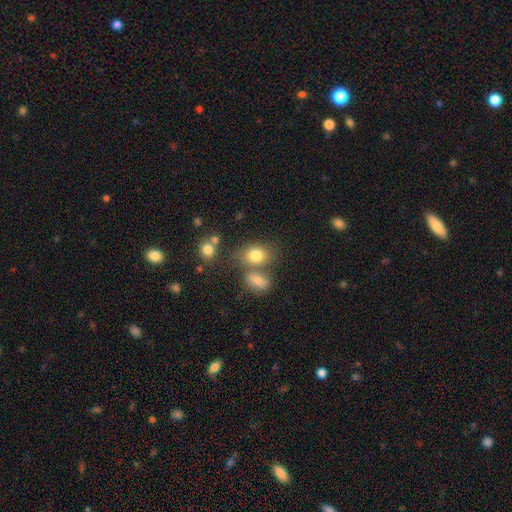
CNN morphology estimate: Q: Smooth or featured?
A: smooth (79%); runner-up: star or artifact (11%)
Q: How rounded?
A: in between (66%); runner-up: round (32%)
Q: Merging?
A: none (50%); runner-up: merger (32%)